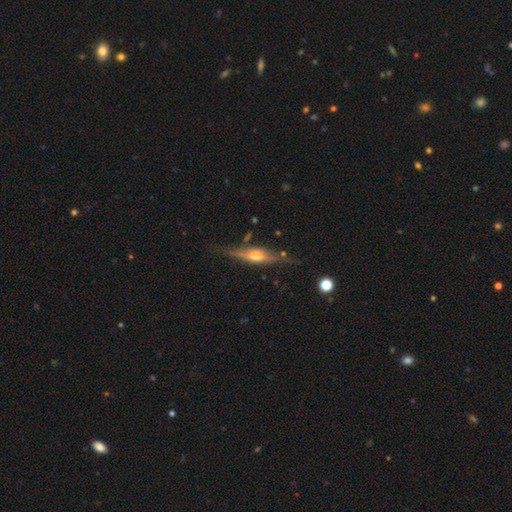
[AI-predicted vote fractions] This is likely a featured or disk galaxy (73%). It is clearly viewed edge-on (94%). Edge-on bulge: clearly rounded (85%). Merging: likely none (78%).